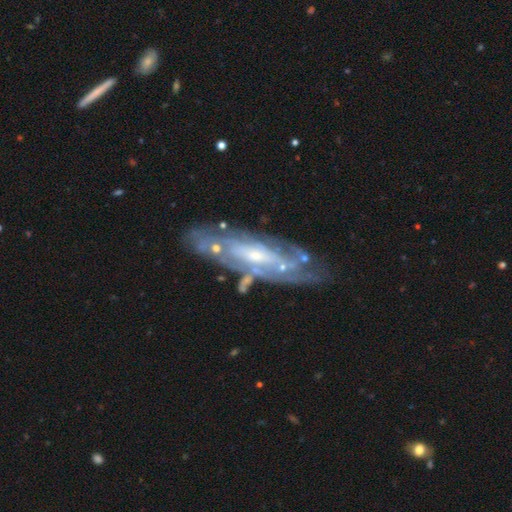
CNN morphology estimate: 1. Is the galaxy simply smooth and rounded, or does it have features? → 80% featured or disk, 13% smooth, 7% star or artifact.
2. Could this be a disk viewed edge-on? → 77% no, 23% yes.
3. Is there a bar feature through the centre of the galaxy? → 57% no, 32% weak, 10% strong.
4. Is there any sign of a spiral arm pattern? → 80% yes, 20% no.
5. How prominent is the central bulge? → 61% small, 30% moderate, 5% none, 3% large, 1% dominant.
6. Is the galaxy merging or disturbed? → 70% none, 18% minor disturbance, 8% major disturbance, 5% merger.